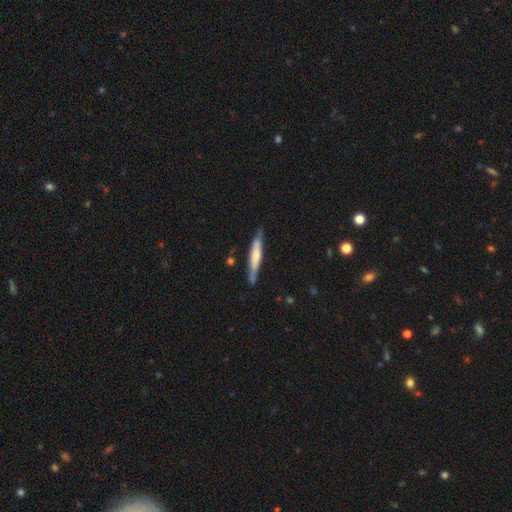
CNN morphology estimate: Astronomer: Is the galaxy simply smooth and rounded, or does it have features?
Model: featured or disk — 48% (runner-up: smooth, 47%).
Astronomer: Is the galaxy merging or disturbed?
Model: none — 80%.